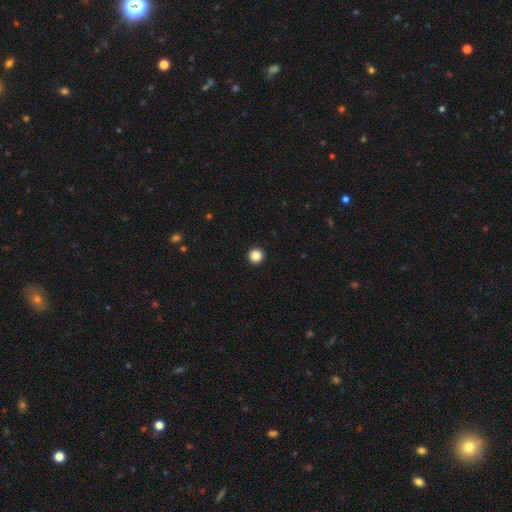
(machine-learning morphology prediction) smooth 86%, star or artifact 11%, featured or disk 3%. Down the decision tree: how rounded — round (96%); merging — none (94%).